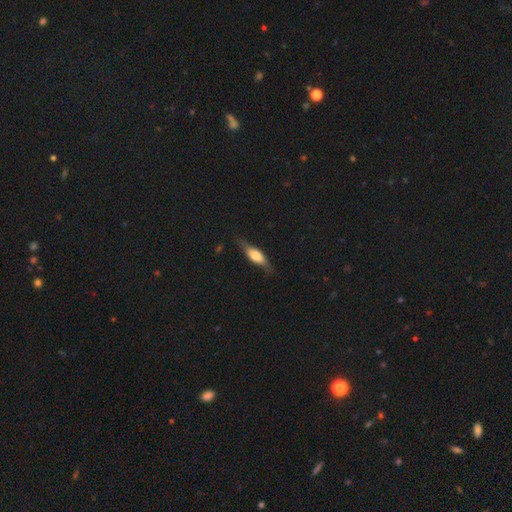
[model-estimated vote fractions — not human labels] Morphology: type=smooth (53%); roundness=in between (57%); merging=none (71%).